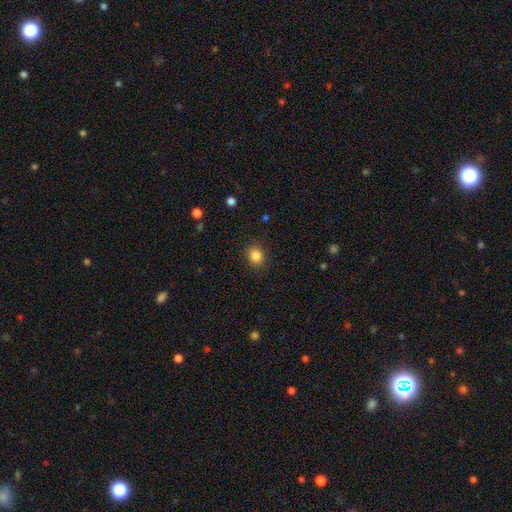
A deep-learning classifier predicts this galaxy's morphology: Smooth or featured? Predicted: smooth (p=0.85). How rounded? Predicted: round (p=0.72). Merging? Predicted: none (p=0.88).